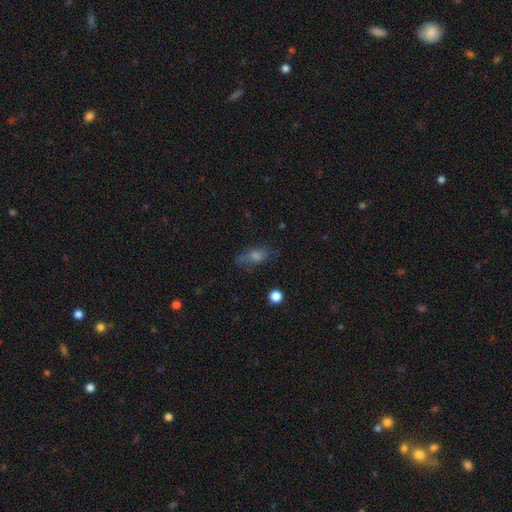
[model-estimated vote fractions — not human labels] Smooth or featured? Predicted: smooth (p=0.55). How rounded? Predicted: in between (p=0.73). Merging? Predicted: none (p=0.70).